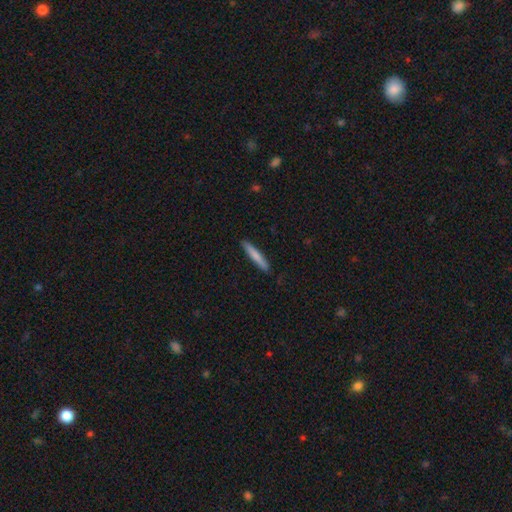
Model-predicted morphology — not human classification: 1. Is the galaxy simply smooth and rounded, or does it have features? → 75% smooth, 20% featured or disk, 5% star or artifact.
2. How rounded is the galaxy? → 94% cigar-shaped, 5% in between, 1% round.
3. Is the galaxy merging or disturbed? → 89% none, 8% minor disturbance, 1% major disturbance, 1% merger.